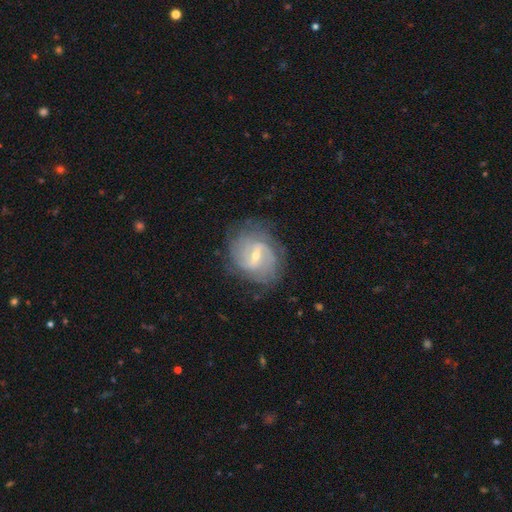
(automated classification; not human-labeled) A featured or disk galaxy (84%) with a weak bar (54%), 2 (44%) tight (43%) spiral arms (92%) and a small central bulge (62%). Merging: none (75%).